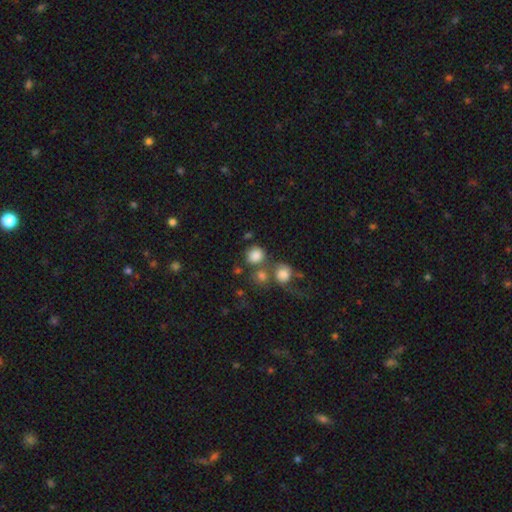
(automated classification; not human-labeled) Overall: smooth (82%). How rounded: round (86%). Merging: none (51%; merger 31%).